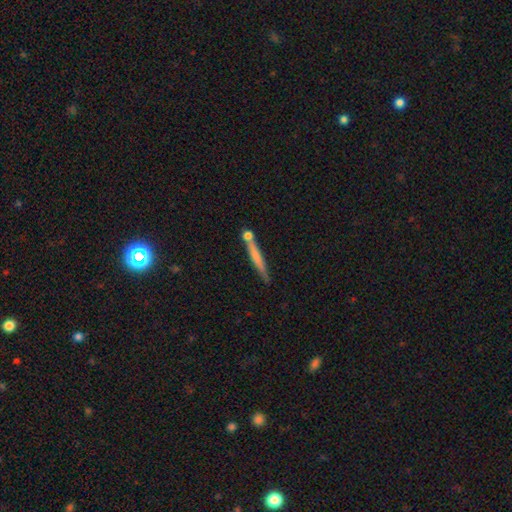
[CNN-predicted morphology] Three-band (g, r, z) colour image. It shows a smooth galaxy with no disk features (59%) that is cigar-shaped (94%). Merging: none (67%).